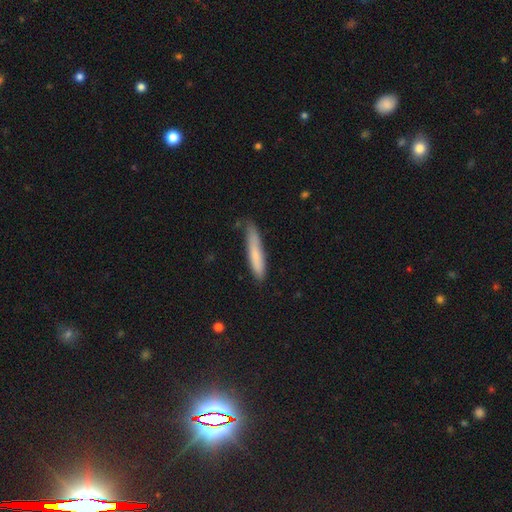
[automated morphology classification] Smooth or featured? smooth (76%)
How rounded? cigar-shaped (91%)
Merging? none (71%)